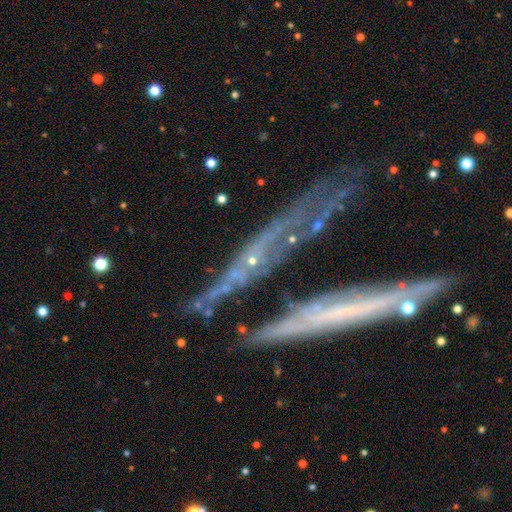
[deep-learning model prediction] The model was most divided on "edge-on disk": yes: 68%, no: 32%. More confident: smooth or featured — featured or disk (67%); merging — none (58%).